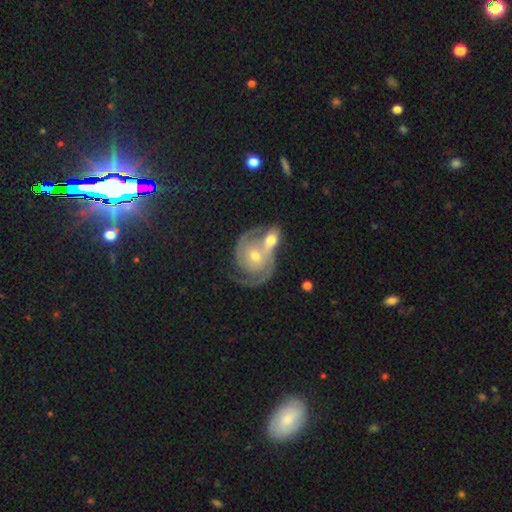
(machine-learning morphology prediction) A featured or disk galaxy (84%) with no bar (68%), 2 (74%) tight (57%) spiral arms (95%) and a moderate central bulge (48%). Merging: merger (53%).